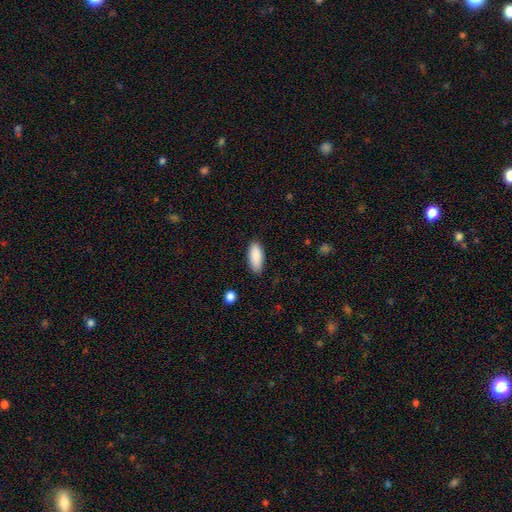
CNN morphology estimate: Smooth or featured? Predicted: smooth (p=0.89). How rounded? Predicted: in between (p=0.84). Merging? Predicted: none (p=0.85).